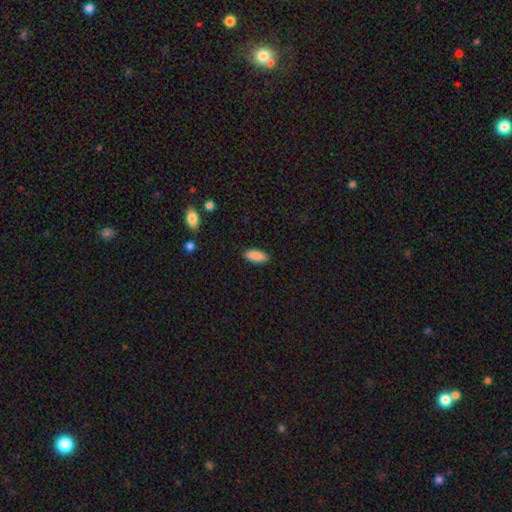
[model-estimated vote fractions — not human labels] Overall: smooth (89%). How rounded: in between (82%). Merging: none (88%).